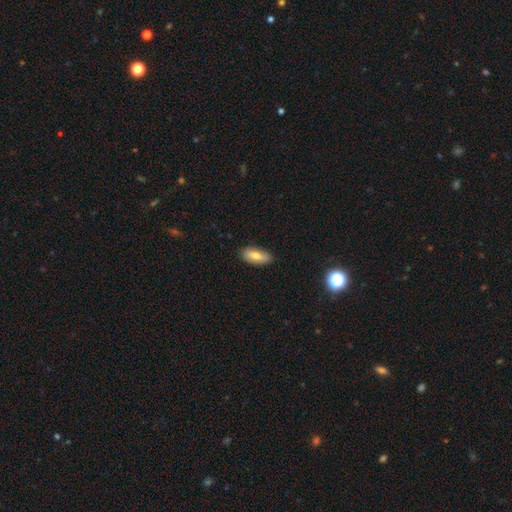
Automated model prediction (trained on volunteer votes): Smooth or featured? smooth (72%)
How rounded? in between (85%)
Merging? none (85%)